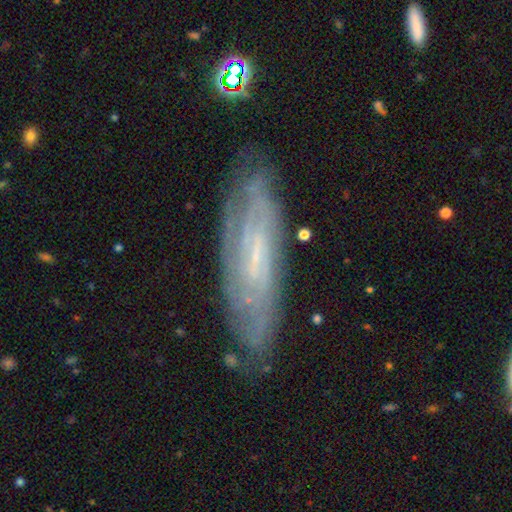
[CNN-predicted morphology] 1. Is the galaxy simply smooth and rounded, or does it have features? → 71% featured or disk, 21% smooth, 8% star or artifact.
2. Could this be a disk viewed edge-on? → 74% no, 26% yes.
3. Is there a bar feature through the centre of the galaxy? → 52% no, 37% weak, 11% strong.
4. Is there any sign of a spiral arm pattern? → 85% yes, 15% no.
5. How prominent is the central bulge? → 66% small, 17% none, 14% moderate, 2% large, 1% dominant.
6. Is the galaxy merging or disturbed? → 78% none, 16% minor disturbance, 4% major disturbance, 2% merger.